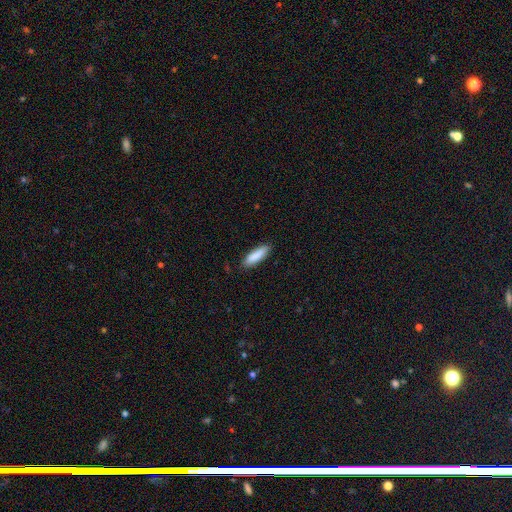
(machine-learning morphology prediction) A smooth galaxy with no disk features (88%) that is cigar-shaped (62%).

Vote fractions:
- Smooth or featured? smooth: 88% / featured or disk: 7% / star or artifact: 6%
- How rounded? cigar-shaped: 62% / in between: 37% / round: 1%
- Merging? none: 86% / minor disturbance: 11% / major disturbance: 2% / merger: 1%